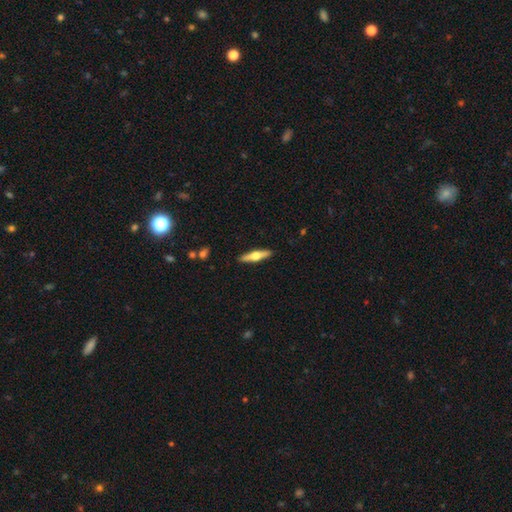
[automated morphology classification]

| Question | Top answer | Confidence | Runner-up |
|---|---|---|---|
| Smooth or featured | featured or disk | 62% | smooth (33%) |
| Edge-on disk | yes | 96% | no (4%) |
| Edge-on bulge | rounded | 95% | boxy (3%) |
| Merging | none | 91% | minor disturbance (6%) |